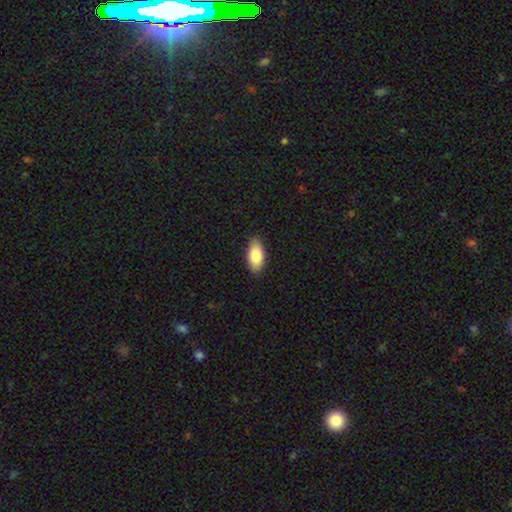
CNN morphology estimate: Smooth or featured? Predicted: smooth (p=0.85). How rounded? Predicted: in between (p=0.92). Merging? Predicted: none (p=0.87).